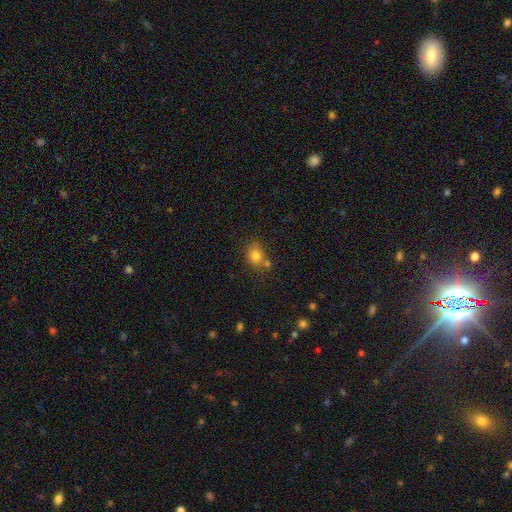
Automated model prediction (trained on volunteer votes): A smooth galaxy with no disk features (79%) that is in between round and cigar-shaped (55%). Merging: none (55%).